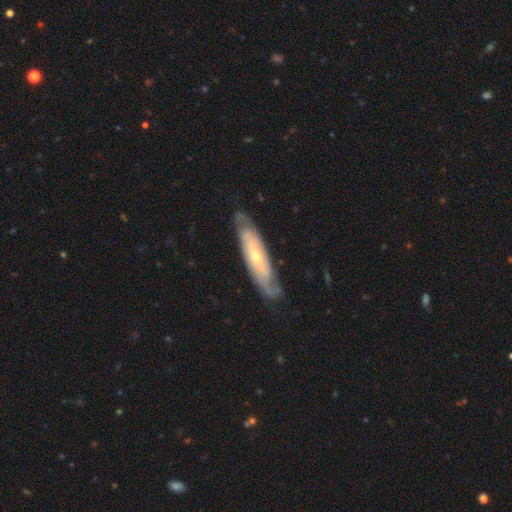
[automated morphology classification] A featured or disk galaxy (72%). Merging: none (74%).